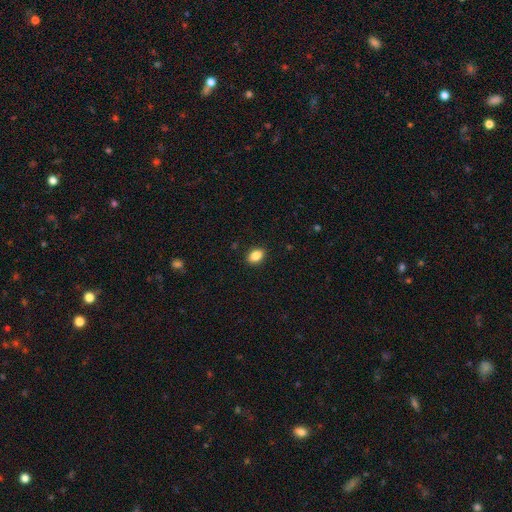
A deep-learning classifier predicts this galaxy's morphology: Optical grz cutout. It shows a smooth galaxy with no disk features (87%) that is in between round and cigar-shaped (78%). Merging: none (90%).